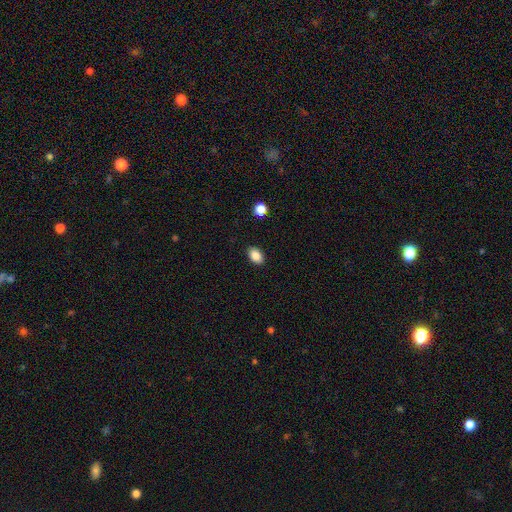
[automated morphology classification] Smooth or featured: smooth — 86% (star or artifact — 9%)
How rounded: in between — 86% (round — 13%)
Merging: none — 89% (minor disturbance — 8%)